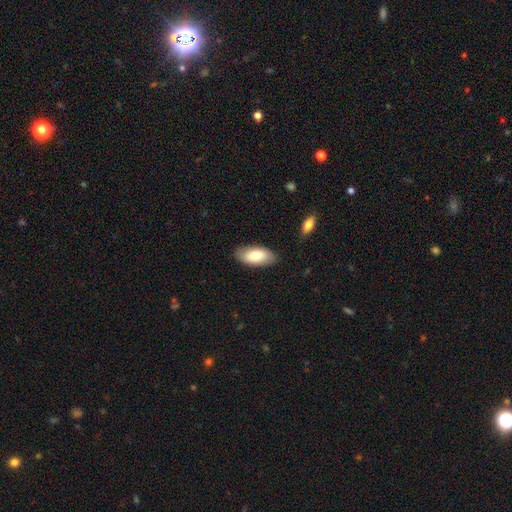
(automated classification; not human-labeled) A smooth galaxy with no disk features (81%) that is in between round and cigar-shaped (91%). Merging: none (85%).